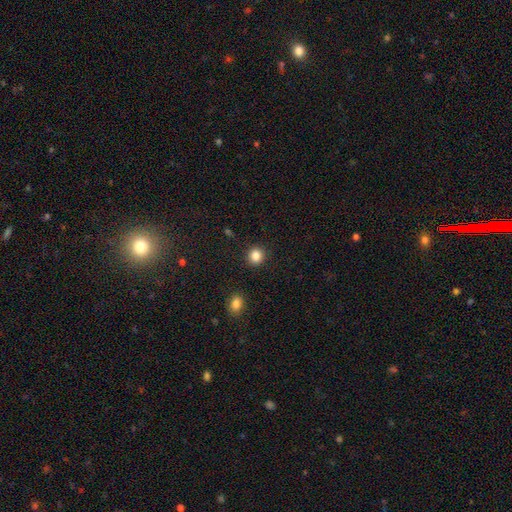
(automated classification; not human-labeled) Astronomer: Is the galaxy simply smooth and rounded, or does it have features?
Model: smooth — 85%.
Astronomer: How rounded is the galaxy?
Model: round — 84%.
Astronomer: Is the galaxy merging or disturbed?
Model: none — 91%.